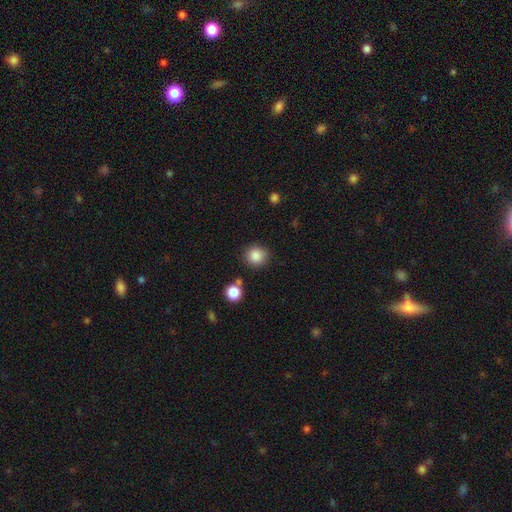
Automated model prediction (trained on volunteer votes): Morphology: type=smooth (86%); roundness=round (89%); merging=none (83%).